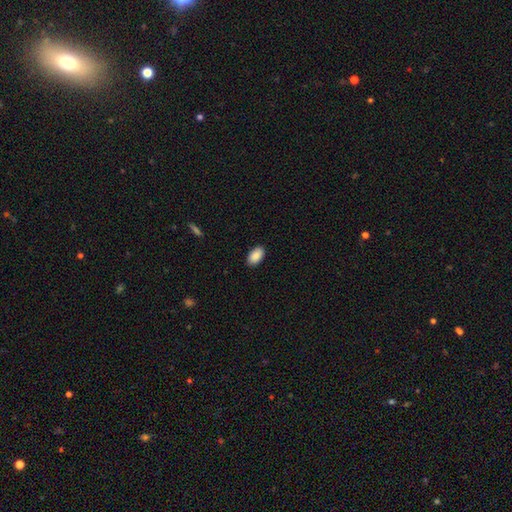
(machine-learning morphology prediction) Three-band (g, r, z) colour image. It shows a smooth galaxy with no disk features (90%) that is in between round and cigar-shaped (95%). Merging: none (90%).